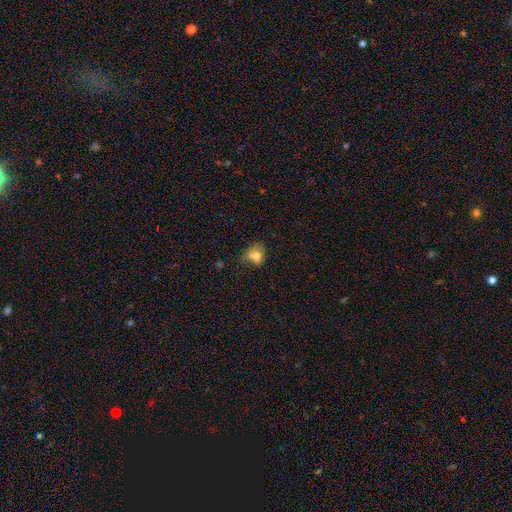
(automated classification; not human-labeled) Q: Smooth or featured?
A: smooth (69%); runner-up: featured or disk (18%)
Q: How rounded?
A: round (55%); runner-up: in between (44%)
Q: Merging?
A: none (37%); runner-up: merger (29%)